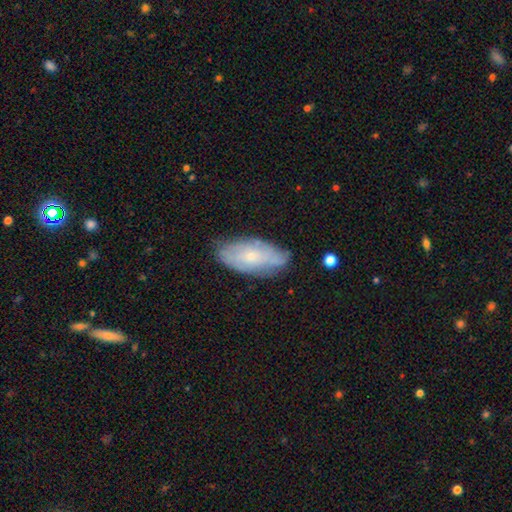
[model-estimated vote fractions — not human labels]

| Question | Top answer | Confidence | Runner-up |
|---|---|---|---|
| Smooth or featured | featured or disk | 48% | smooth (43%) |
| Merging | none | 78% | minor disturbance (18%) |